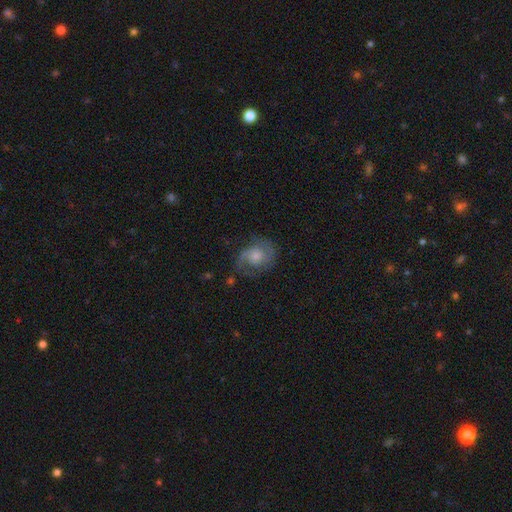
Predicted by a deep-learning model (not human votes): Smooth or featured? Predicted: featured or disk (p=0.74). Edge-on disk? Predicted: no (p=0.98). Bar? Predicted: no (p=0.68). Spiral arms? Predicted: yes (p=0.94). Spiral winding? Predicted: medium (p=0.49). Spiral arm count? Predicted: 2 (p=0.81). Bulge size? Predicted: small (p=0.45). Merging? Predicted: none (p=0.65).